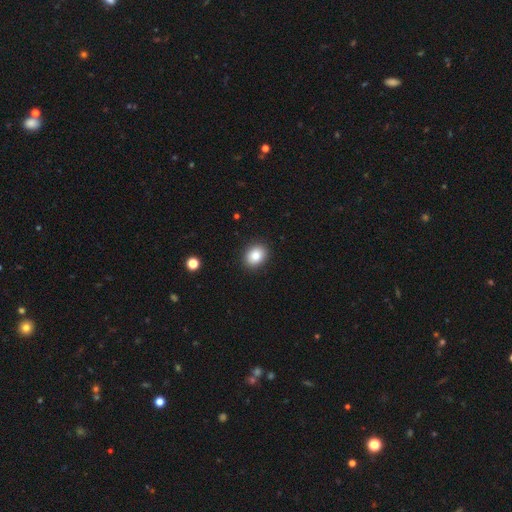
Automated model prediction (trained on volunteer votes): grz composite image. It shows a smooth galaxy with no disk features (83%) that is in between round and cigar-shaped (50%). Merging: none (90%).